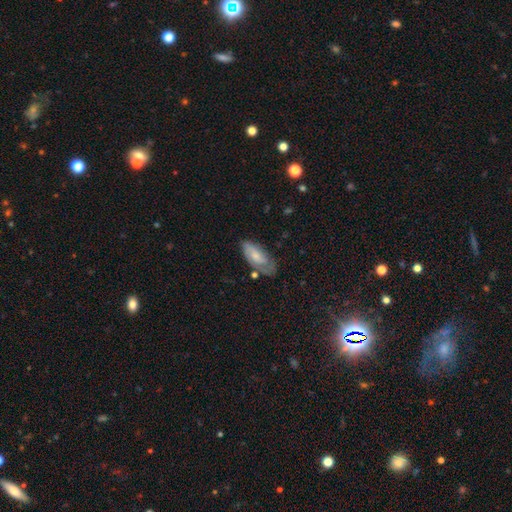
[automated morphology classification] This is possibly a smooth galaxy (54%). How rounded: clearly in between (85%). Merging: possibly none (54%).